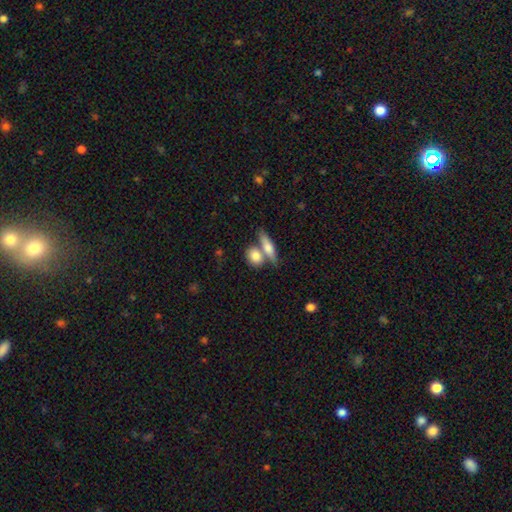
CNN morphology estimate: This is likely a smooth galaxy (77%). How rounded: possibly in between (56%). Merging: possibly none (46%).